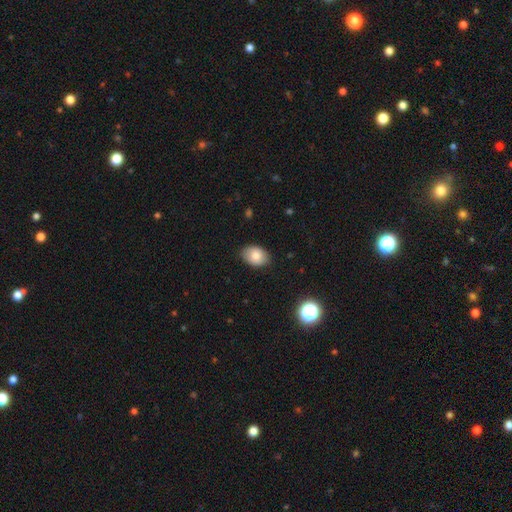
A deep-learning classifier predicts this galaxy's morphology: Smooth or featured? Predicted: smooth (p=0.79). How rounded? Predicted: in between (p=0.80). Merging? Predicted: none (p=0.85).